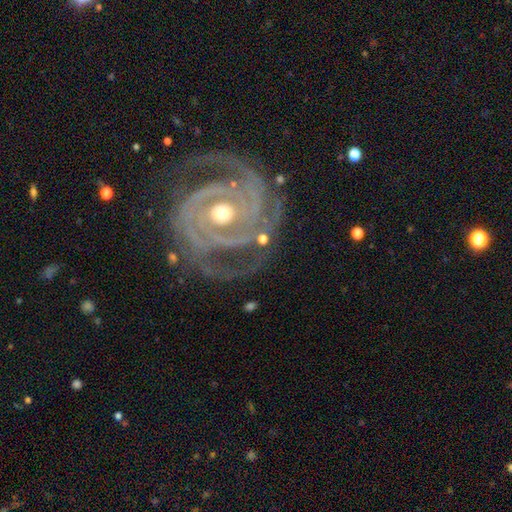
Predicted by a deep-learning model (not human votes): A featured or disk galaxy (93%) with no bar (41%), 2 (32%, tied with 3) tight (71%) spiral arms (99%) and a moderate central bulge (62%). Merging: none (73%).